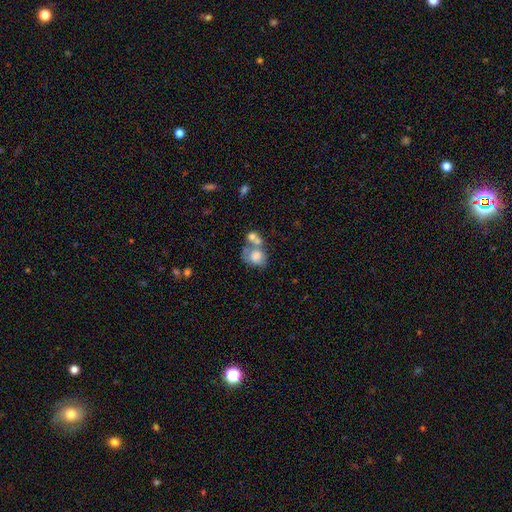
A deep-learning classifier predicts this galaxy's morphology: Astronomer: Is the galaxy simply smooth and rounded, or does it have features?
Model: smooth — 63%.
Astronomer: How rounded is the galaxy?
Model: in between — 52% (runner-up: round, 47%).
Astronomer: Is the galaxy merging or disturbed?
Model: merger — 52%.